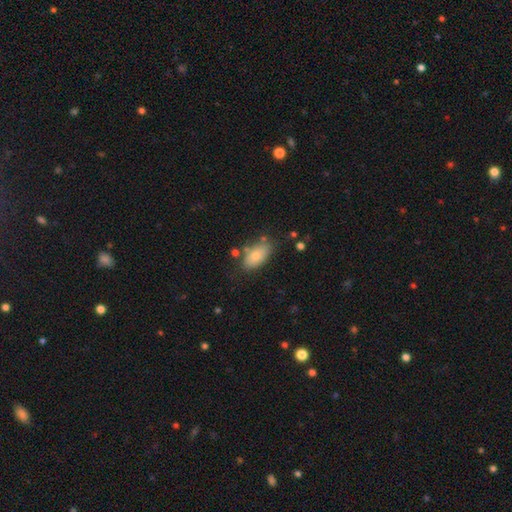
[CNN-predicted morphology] smooth-or-featured: smooth: 79% | featured or disk: 14% | star or artifact: 7%
  how-rounded: in between: 92% | round: 5% | cigar-shaped: 3%
  merging: none: 69% | minor disturbance: 19% | merger: 7% | major disturbance: 5%